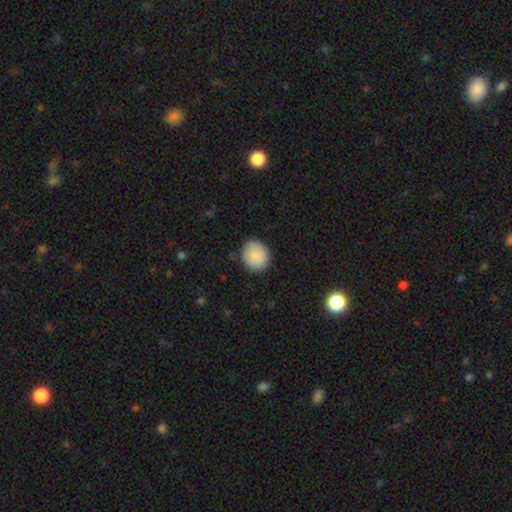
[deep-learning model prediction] A smooth galaxy with no disk features (89%) that is round (75%).

Vote fractions:
- Smooth or featured? smooth: 89% / star or artifact: 7% / featured or disk: 5%
- How rounded? round: 75% / in between: 24% / cigar-shaped: 1%
- Merging? none: 86% / minor disturbance: 10% / major disturbance: 2% / merger: 1%